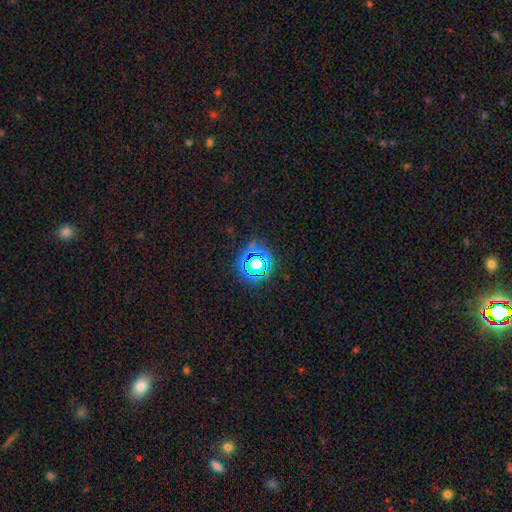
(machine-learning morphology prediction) smooth_or_featured: star or artifact (p=0.72) [alt: smooth p=0.21]